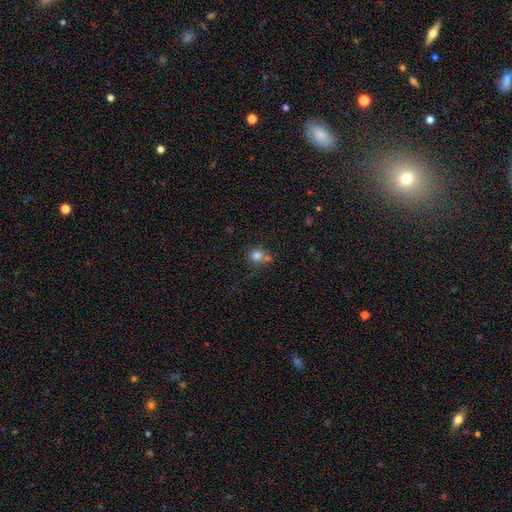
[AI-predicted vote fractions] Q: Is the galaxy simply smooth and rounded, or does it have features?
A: smooth — 75%.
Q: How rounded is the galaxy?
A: round — 81%.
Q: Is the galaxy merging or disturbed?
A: none — 54%.